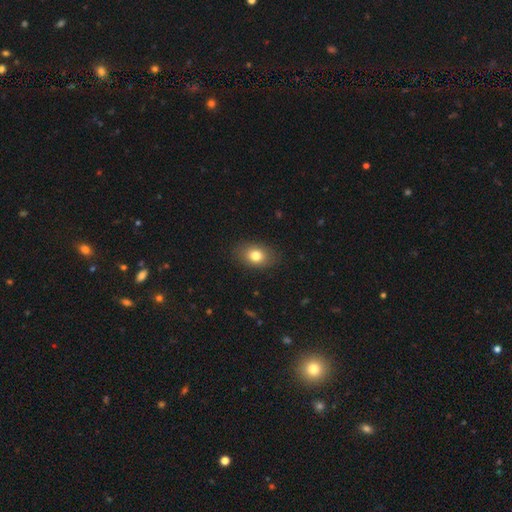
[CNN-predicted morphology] A smooth galaxy with no disk features (79%) that is in between round and cigar-shaped (74%). Merging: none (86%).